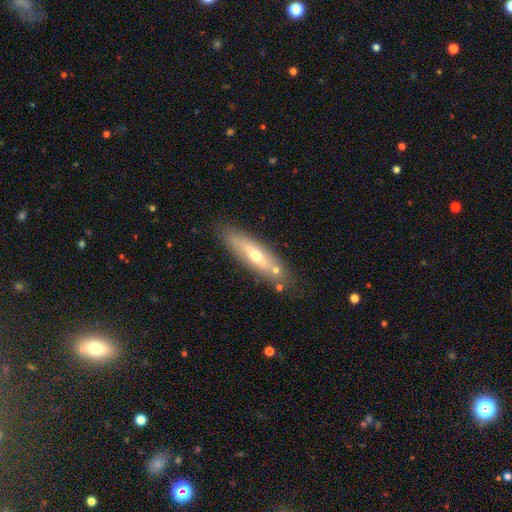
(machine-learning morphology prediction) This appears to be a featured or disk galaxy (49%). Merging: none (77%).